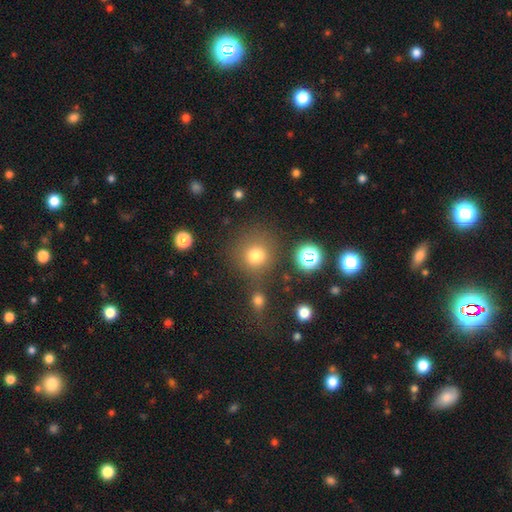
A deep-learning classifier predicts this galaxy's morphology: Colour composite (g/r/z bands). It shows a smooth galaxy with no disk features (76%) that is round (90%). Merging: none (73%).